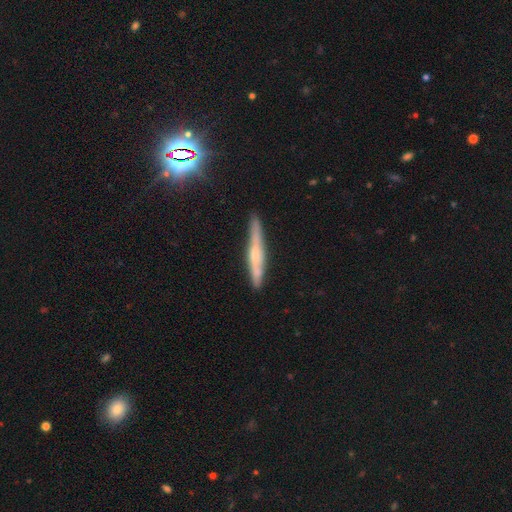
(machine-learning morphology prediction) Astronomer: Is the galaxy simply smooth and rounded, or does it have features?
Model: featured or disk — 57% (runner-up: smooth, 35%).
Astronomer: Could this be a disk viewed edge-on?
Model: yes — 93%.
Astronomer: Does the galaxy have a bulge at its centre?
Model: rounded — 46% (runner-up: none, 36%).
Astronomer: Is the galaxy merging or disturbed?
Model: none — 81%.